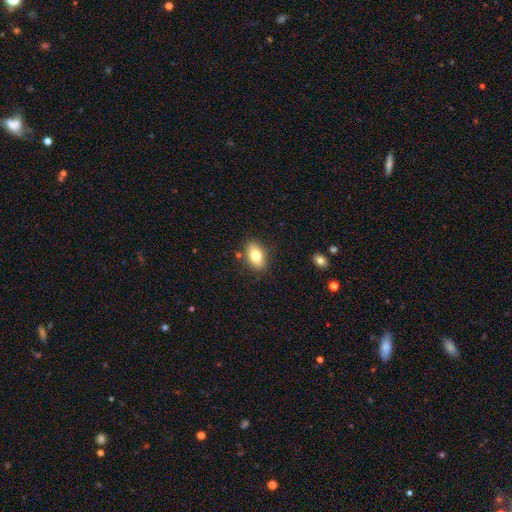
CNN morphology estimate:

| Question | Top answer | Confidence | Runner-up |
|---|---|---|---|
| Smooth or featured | smooth | 78% | featured or disk (14%) |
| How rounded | in between | 88% | round (9%) |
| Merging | none | 84% | minor disturbance (11%) |